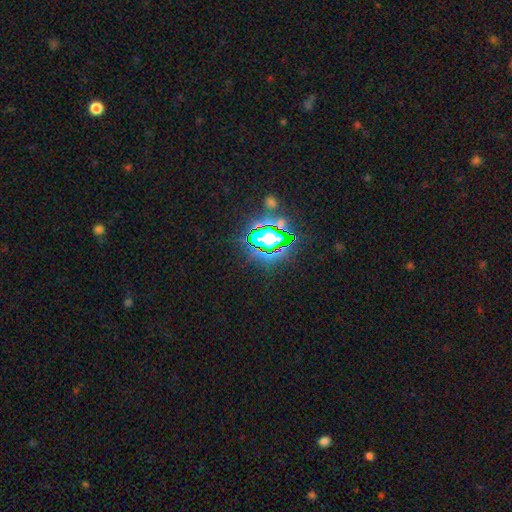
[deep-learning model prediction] Smooth or featured? Predicted: star or artifact (p=0.83).